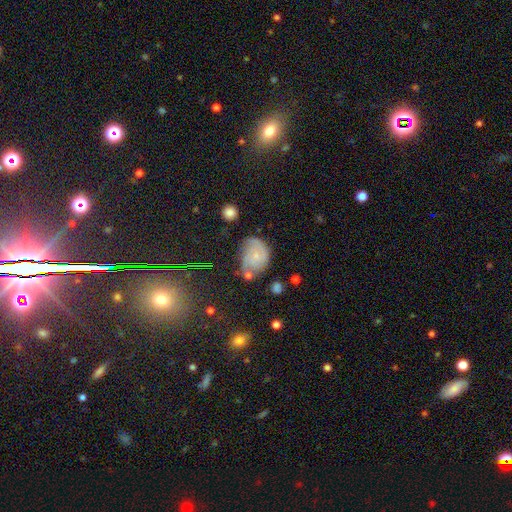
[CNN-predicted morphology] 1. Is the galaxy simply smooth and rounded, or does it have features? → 57% featured or disk, 32% smooth, 11% star or artifact.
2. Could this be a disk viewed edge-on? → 97% no, 3% yes.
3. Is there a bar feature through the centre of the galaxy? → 75% no, 21% weak, 3% strong.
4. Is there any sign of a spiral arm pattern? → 85% yes, 15% no.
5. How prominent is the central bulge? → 73% small, 18% moderate, 7% none, 1% large, 1% dominant.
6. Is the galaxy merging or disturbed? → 44% none, 31% minor disturbance, 15% major disturbance, 9% merger.